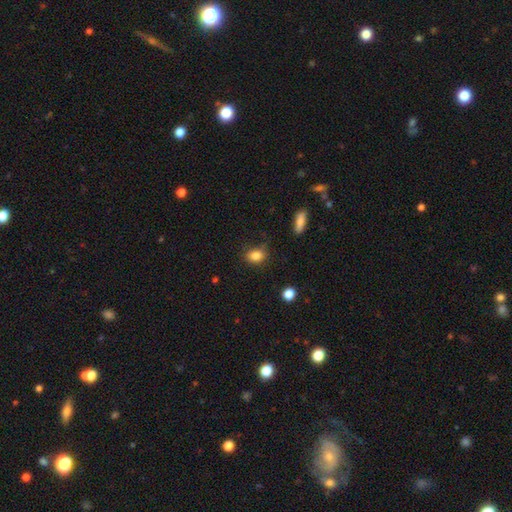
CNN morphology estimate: Smooth or featured: smooth — 84% (star or artifact — 10%)
How rounded: in between — 57% (round — 41%)
Merging: none — 75% (minor disturbance — 18%)